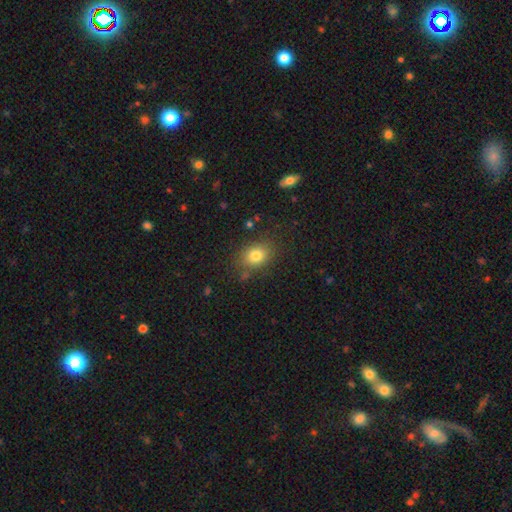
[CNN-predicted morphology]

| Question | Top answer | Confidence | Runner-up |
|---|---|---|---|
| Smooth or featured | smooth | 80% | star or artifact (11%) |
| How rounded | in between | 58% | round (41%) |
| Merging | none | 79% | minor disturbance (13%) |